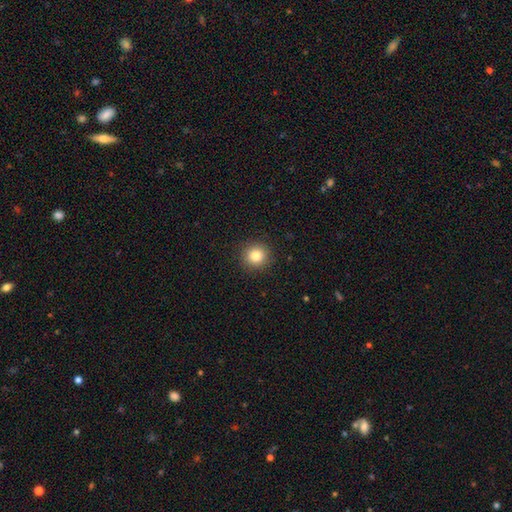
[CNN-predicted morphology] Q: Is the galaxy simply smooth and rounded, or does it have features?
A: smooth — 84%.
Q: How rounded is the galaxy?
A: round — 92%.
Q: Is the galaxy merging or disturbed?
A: none — 91%.